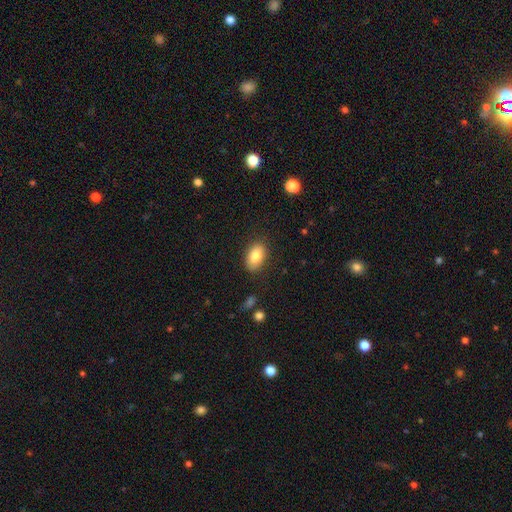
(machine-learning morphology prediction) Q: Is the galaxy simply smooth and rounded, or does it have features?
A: smooth — 84%.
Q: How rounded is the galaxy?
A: in between — 89%.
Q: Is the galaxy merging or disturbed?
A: none — 84%.